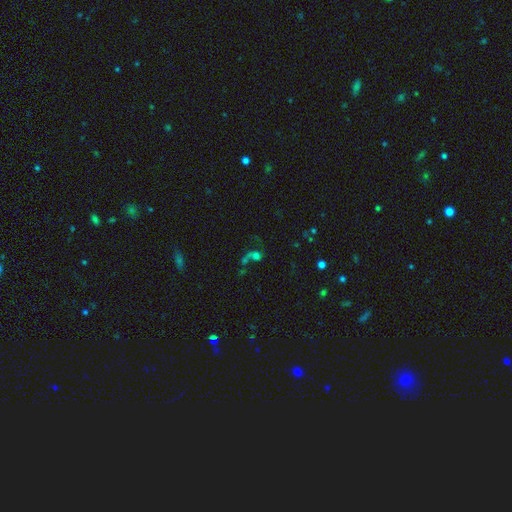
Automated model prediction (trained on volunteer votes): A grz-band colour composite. It shows a smooth galaxy with no disk features (41%). Merging: merger (45%).